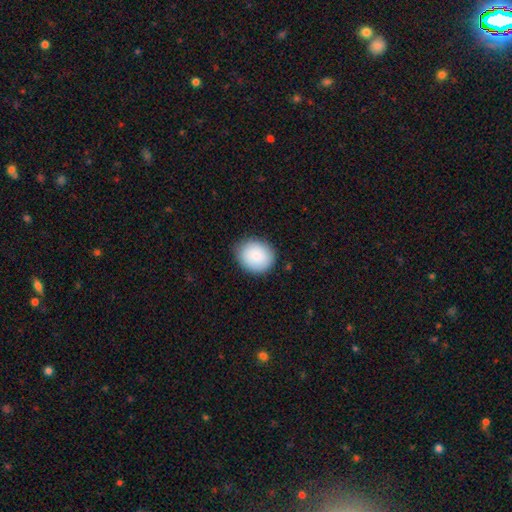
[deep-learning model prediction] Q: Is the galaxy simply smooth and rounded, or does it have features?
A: smooth — 87%.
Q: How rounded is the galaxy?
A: round — 65%.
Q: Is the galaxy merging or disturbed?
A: none — 85%.